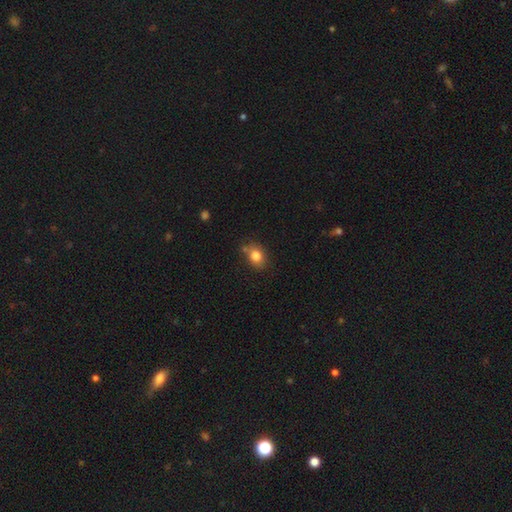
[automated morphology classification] This appears to be a smooth galaxy with no disk features (82%) that is in between round and cigar-shaped (54%). Merging: none (71%).